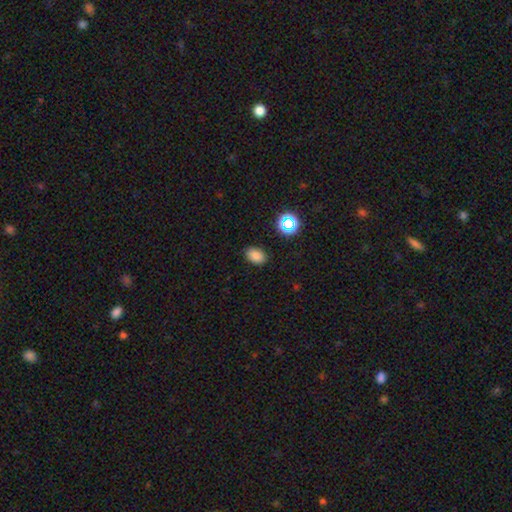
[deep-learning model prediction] Q: Smooth or featured?
A: smooth (81%); runner-up: star or artifact (14%)
Q: How rounded?
A: in between (84%); runner-up: round (15%)
Q: Merging?
A: none (86%); runner-up: minor disturbance (10%)